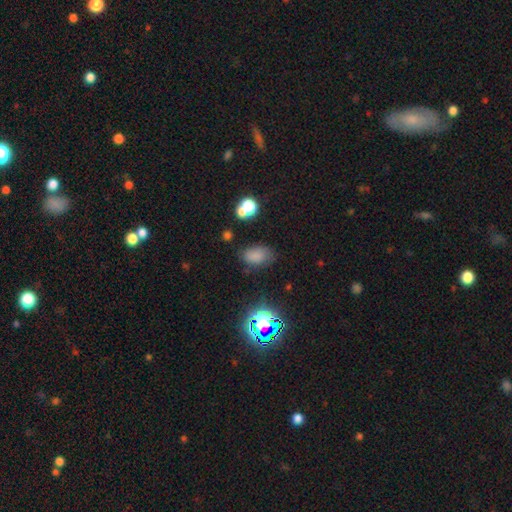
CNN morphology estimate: Smooth or featured? Predicted: smooth (p=0.73). How rounded? Predicted: in between (p=0.88). Merging? Predicted: none (p=0.66).